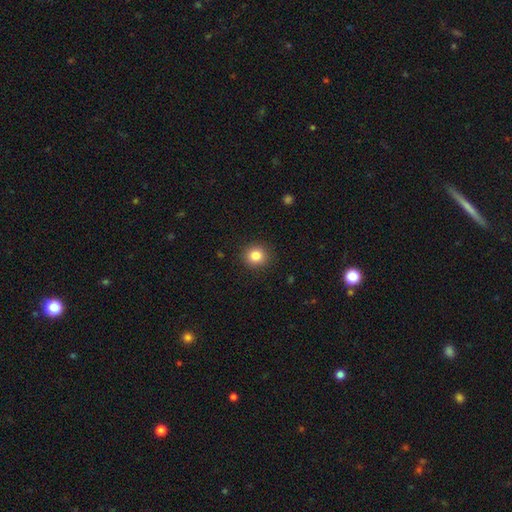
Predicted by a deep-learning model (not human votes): This appears to be a smooth galaxy with no disk features (83%) that is round (89%). Merging: none (91%).